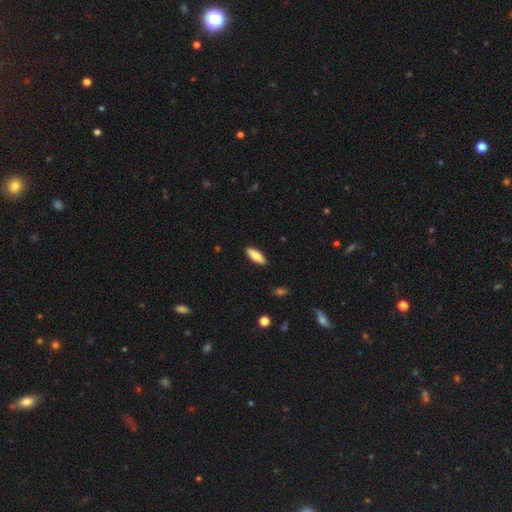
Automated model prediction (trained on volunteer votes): The model was most divided on "how rounded": in between: 55%, cigar-shaped: 43%, round: 2%. More confident: merging — none (90%); smooth or featured — smooth (80%).